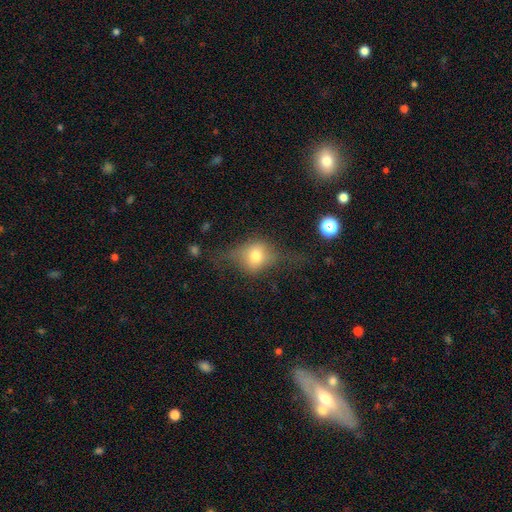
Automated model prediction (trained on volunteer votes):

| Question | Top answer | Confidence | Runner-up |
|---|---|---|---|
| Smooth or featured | smooth | 55% | featured or disk (33%) |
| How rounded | round | 60% | in between (36%) |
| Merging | none | 50% | minor disturbance (24%) |